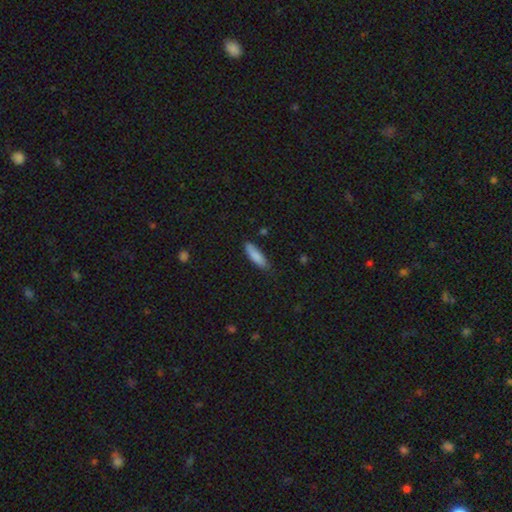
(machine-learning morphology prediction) smooth 85%, featured or disk 8%, star or artifact 6%. Down the decision tree: how rounded — cigar-shaped (56%); merging — none (77%).